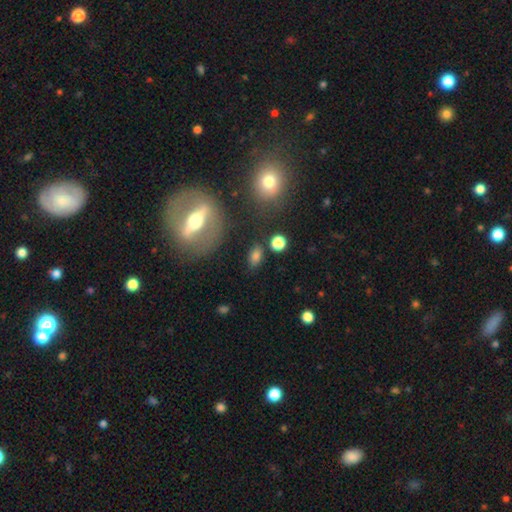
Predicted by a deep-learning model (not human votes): The model was most divided on "how rounded": in between: 78%, round: 17%, cigar-shaped: 5%. More confident: merging — none (79%); smooth or featured — smooth (75%).